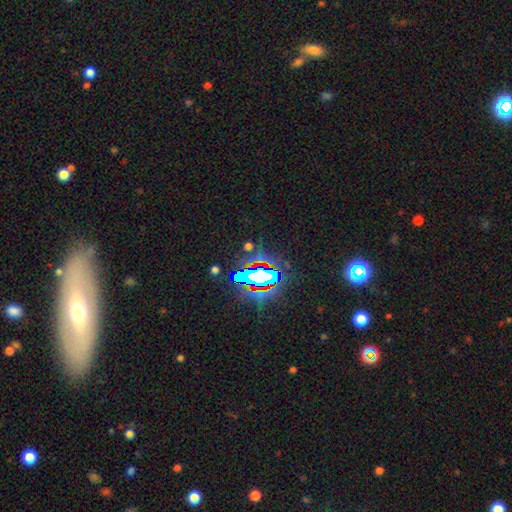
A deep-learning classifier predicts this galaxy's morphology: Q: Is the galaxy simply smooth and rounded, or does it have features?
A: star or artifact — 55%.